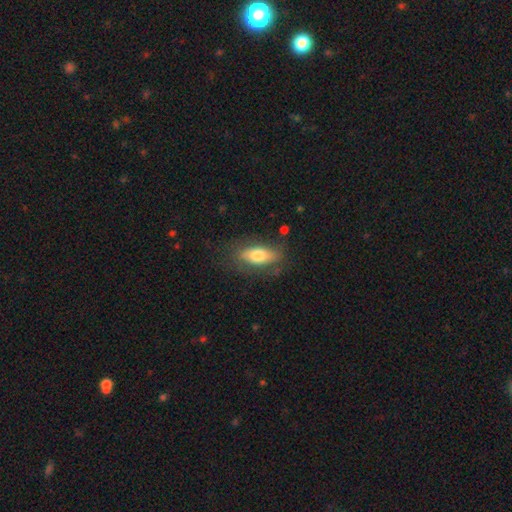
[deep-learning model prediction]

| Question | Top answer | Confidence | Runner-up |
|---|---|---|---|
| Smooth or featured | smooth | 65% | featured or disk (27%) |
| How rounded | in between | 76% | cigar-shaped (20%) |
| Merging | none | 73% | minor disturbance (18%) |